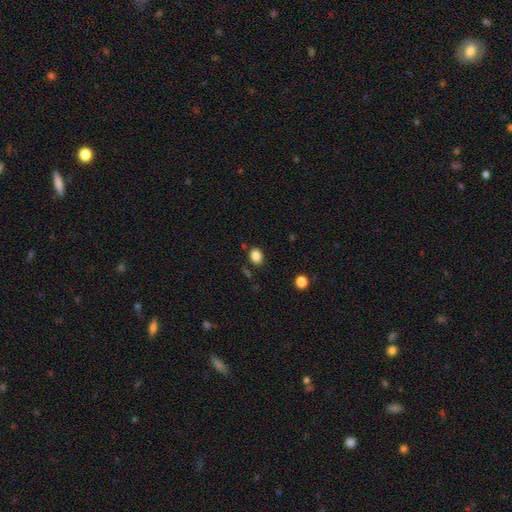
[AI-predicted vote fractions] Smooth or featured?
  - smooth: 85% *
  - star or artifact: 10%
  - featured or disk: 5%
How rounded?
  - in between: 57% *
  - round: 42%
  - cigar-shaped: 1%
Merging?
  - none: 83% *
  - minor disturbance: 11%
  - merger: 4%
  - major disturbance: 3%